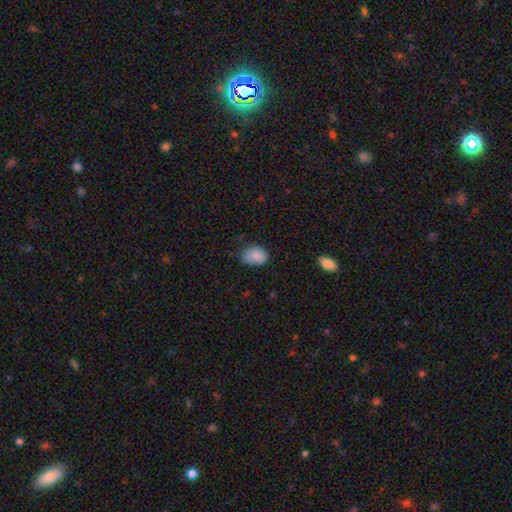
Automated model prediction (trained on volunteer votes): Overall: smooth (86%). How rounded: in between (73%). Merging: none (62%; minor disturbance 31%).